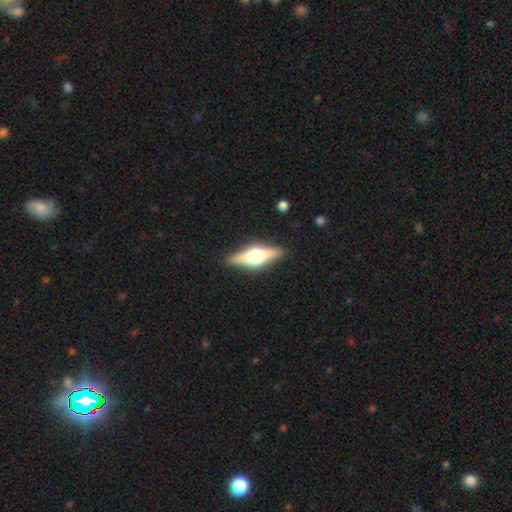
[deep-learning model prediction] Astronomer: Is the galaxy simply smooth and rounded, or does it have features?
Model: featured or disk — 64%.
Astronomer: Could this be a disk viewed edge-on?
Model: yes — 94%.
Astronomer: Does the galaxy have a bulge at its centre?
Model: rounded — 94%.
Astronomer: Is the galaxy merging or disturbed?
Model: none — 88%.